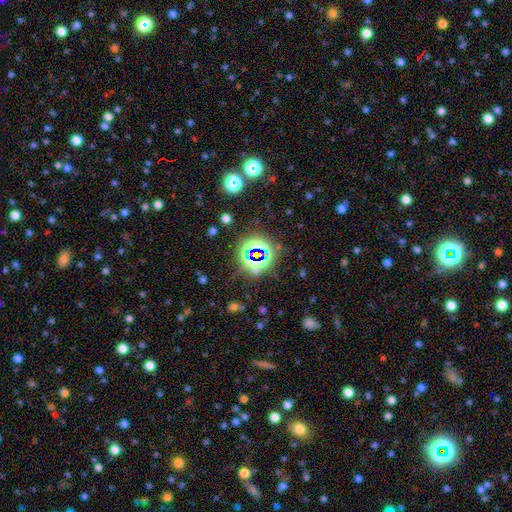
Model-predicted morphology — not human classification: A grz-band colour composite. It shows a star or artifact, not a galaxy (77%).